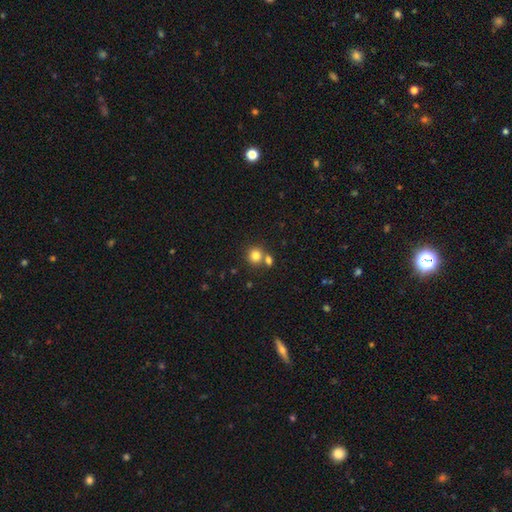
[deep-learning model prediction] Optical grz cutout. It shows a smooth galaxy with no disk features (81%) that is round (89%). Merging: none (62%).